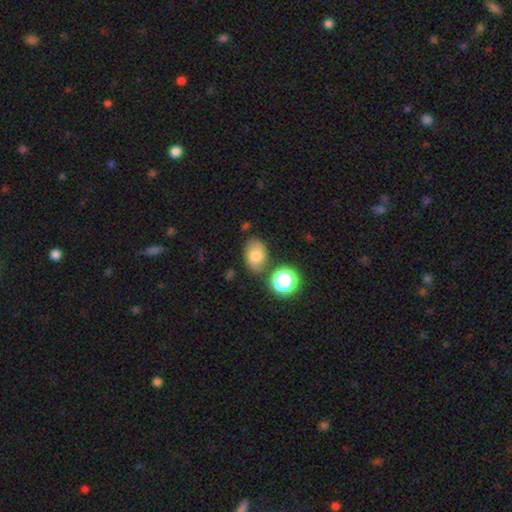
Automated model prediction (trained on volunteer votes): This is likely a smooth galaxy (75%). How rounded: likely in between (77%). Merging: likely none (74%).